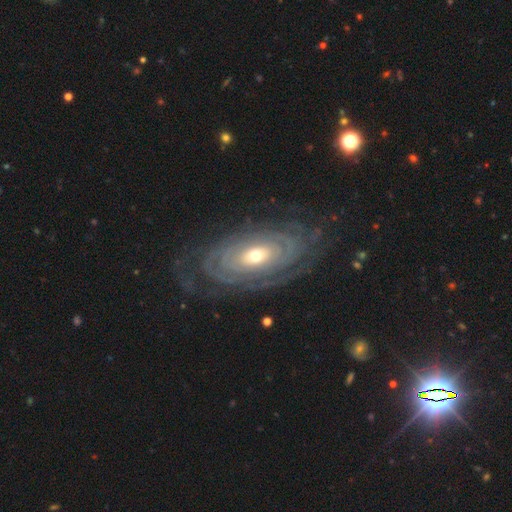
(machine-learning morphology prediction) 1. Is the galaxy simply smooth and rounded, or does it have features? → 85% featured or disk, 10% smooth, 5% star or artifact.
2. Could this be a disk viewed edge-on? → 93% no, 7% yes.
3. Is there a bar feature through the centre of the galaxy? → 79% no, 14% weak, 7% strong.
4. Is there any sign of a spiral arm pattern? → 89% yes, 11% no.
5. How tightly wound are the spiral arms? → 82% tight, 13% medium, 5% loose.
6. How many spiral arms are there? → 45% can't tell, 17% 2, 11% more than 4, 11% 3, 10% 4, 6% 1.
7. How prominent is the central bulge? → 48% small, 46% moderate, 4% large, 1% dominant, 1% none.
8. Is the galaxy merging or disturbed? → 74% none, 15% minor disturbance, 9% major disturbance, 1% merger.